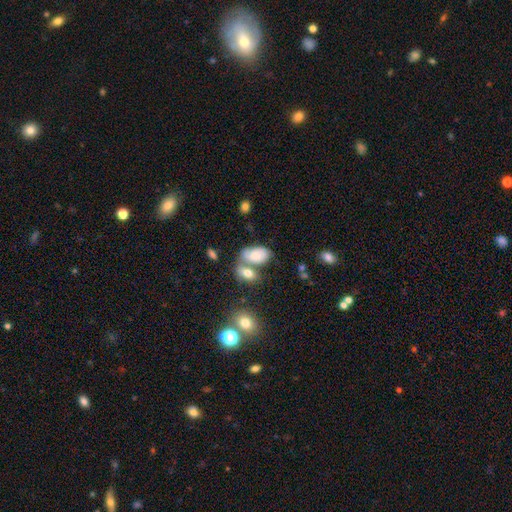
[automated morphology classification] smooth_or_featured: smooth (p=0.69) [alt: featured or disk p=0.22]
how_rounded: in between (p=0.92) [alt: round p=0.06]
merging: merger (p=0.39) [alt: none p=0.35]